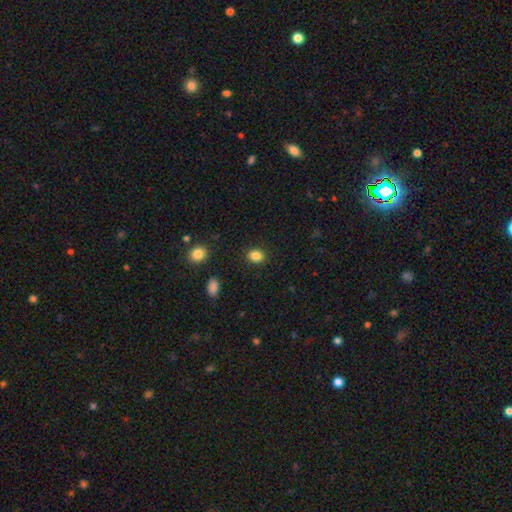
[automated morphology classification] Q: Smooth or featured?
A: smooth (85%); runner-up: star or artifact (10%)
Q: How rounded?
A: round (55%); runner-up: in between (44%)
Q: Merging?
A: none (89%); runner-up: minor disturbance (7%)